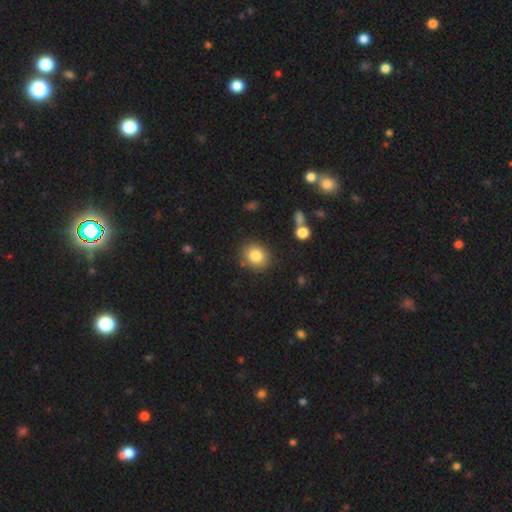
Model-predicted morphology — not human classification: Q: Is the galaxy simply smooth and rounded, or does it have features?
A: smooth — 84%.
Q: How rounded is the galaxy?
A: round — 68%.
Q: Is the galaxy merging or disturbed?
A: none — 83%.